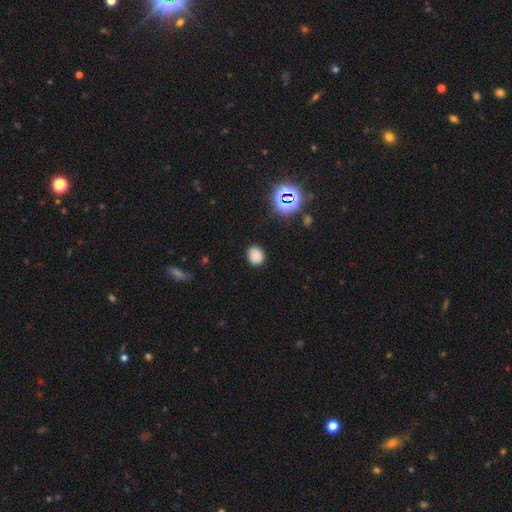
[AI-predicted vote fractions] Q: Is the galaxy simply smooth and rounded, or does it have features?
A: smooth — 80%.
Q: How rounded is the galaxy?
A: round — 64%.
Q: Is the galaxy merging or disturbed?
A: none — 85%.